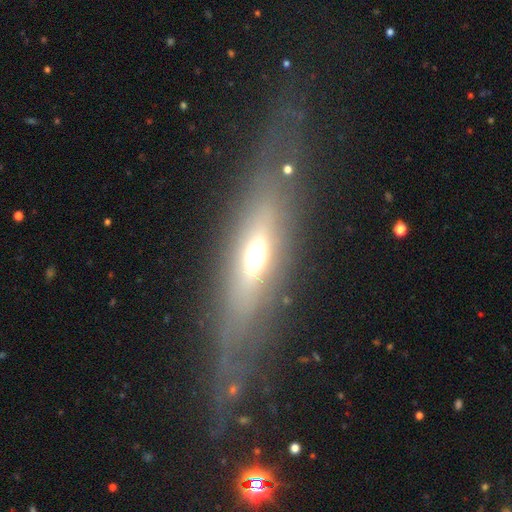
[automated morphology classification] Smooth or featured? Predicted: featured or disk (p=0.47). Merging? Predicted: none (p=0.69).